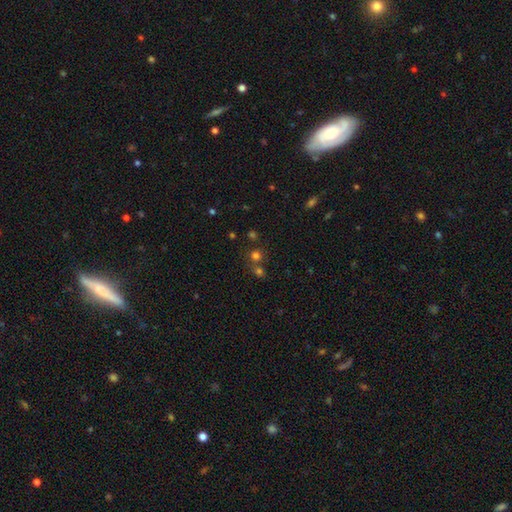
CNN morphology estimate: smooth 66%, star or artifact 26%, featured or disk 8%. Down the decision tree: how rounded — round (89%); merging — none (64%).